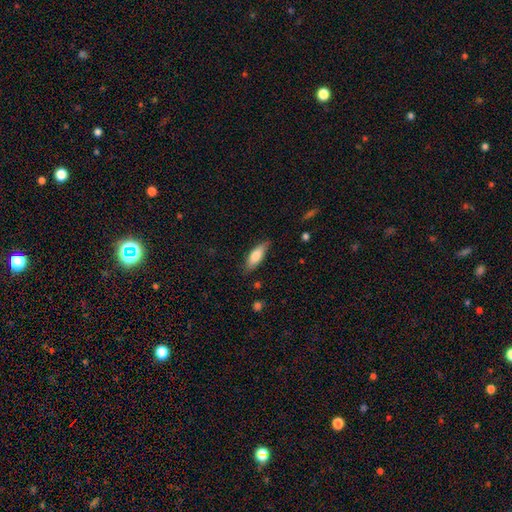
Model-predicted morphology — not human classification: Smooth or featured? Predicted: smooth (p=0.78). How rounded? Predicted: in between (p=0.63). Merging? Predicted: none (p=0.78).